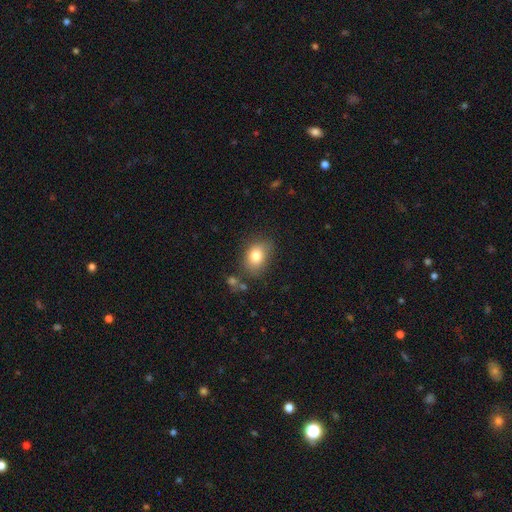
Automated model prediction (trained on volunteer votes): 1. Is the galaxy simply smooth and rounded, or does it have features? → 81% smooth, 10% featured or disk, 9% star or artifact.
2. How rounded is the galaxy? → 71% in between, 28% round, 1% cigar-shaped.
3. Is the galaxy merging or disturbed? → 74% none, 17% minor disturbance, 5% major disturbance, 4% merger.